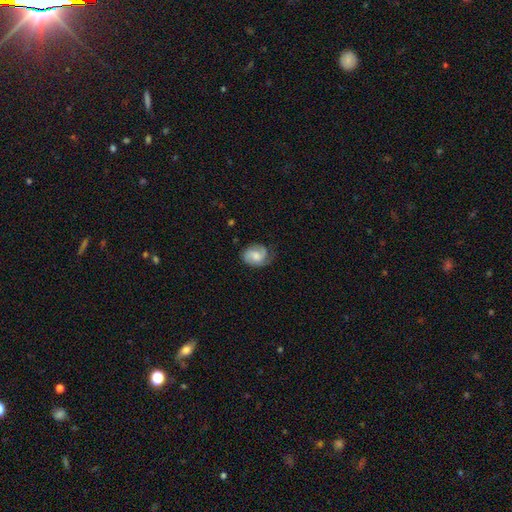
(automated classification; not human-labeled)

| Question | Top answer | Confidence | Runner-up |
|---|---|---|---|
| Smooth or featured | featured or disk | 52% | smooth (41%) |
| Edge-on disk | no | 97% | yes (3%) |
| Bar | no | 58% | weak (36%) |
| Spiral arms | yes | 90% | no (10%) |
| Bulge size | moderate | 49% | small (30%) |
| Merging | none | 63% | minor disturbance (26%) |